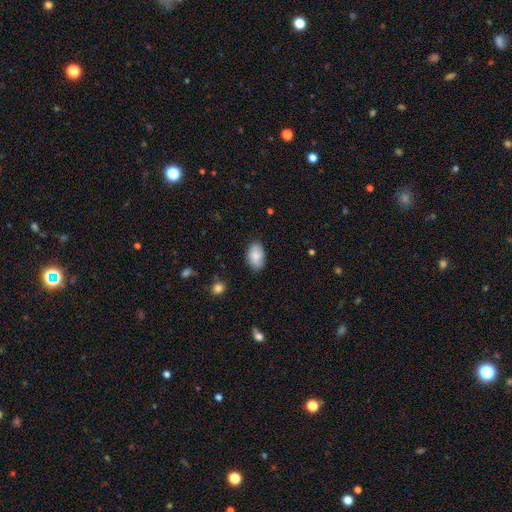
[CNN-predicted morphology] type=smooth (85%); roundness=in between (92%); merging=none (80%).